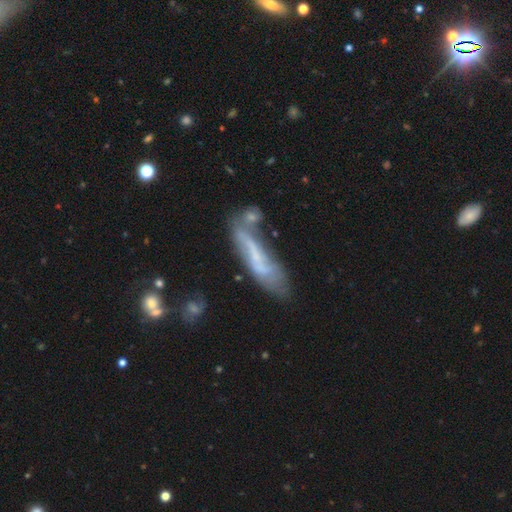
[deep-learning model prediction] Morphology: type=featured or disk (51%); edge-on=no (61%); merging=none (41%).